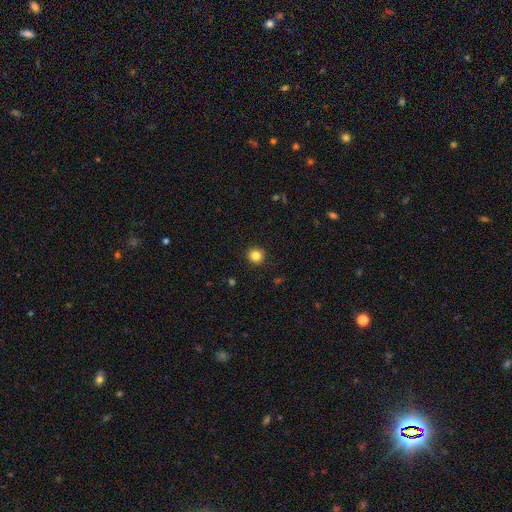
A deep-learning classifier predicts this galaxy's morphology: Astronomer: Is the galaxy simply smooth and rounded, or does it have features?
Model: smooth — 84%.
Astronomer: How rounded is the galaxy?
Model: round — 88%.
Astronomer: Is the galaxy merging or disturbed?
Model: none — 92%.